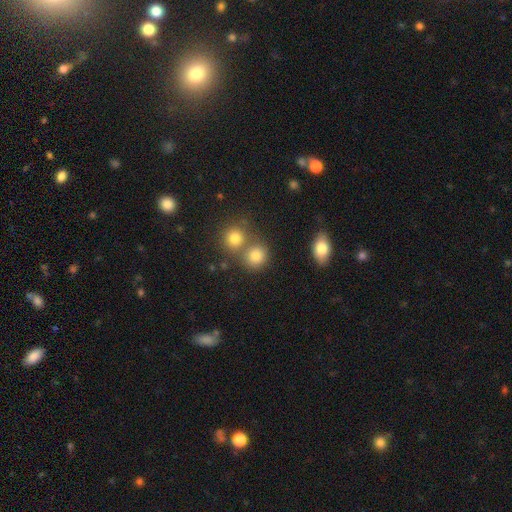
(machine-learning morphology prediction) Smooth or featured?
  - smooth: 80% *
  - star or artifact: 13%
  - featured or disk: 7%
How rounded?
  - round: 82% *
  - in between: 17%
  - cigar-shaped: 1%
Merging?
  - none: 55% *
  - merger: 33%
  - minor disturbance: 8%
  - major disturbance: 3%